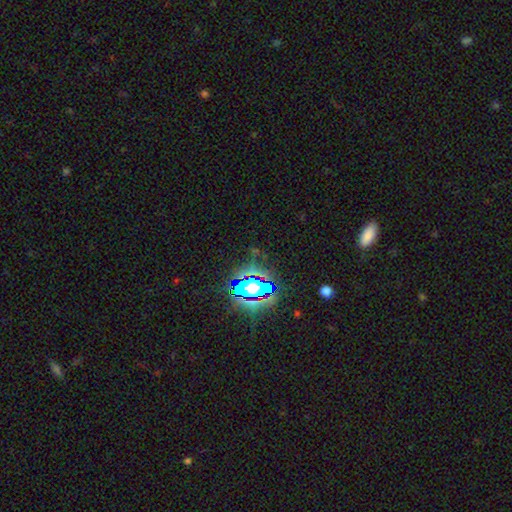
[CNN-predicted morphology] star or artifact 75%, smooth 15%, featured or disk 10%.